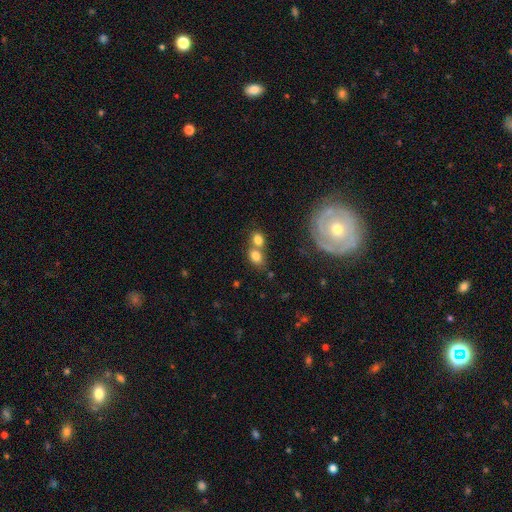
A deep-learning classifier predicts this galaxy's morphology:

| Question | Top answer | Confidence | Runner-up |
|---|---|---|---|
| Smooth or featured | smooth | 76% | featured or disk (14%) |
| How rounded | in between | 57% | round (41%) |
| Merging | merger | 50% | none (36%) |